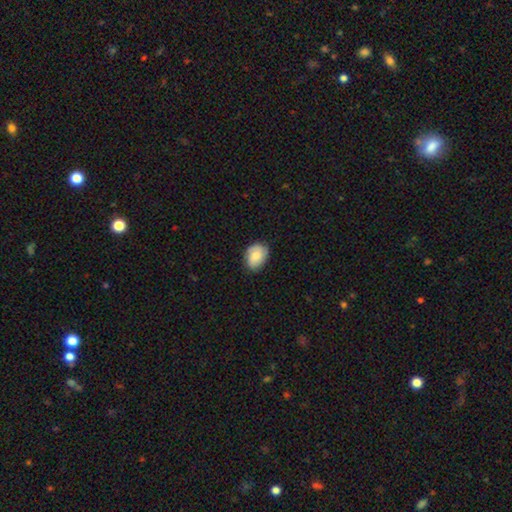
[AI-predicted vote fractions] smooth 78%, featured or disk 15%, star or artifact 7%. Down the decision tree: how rounded — in between (60%); merging — none (75%).